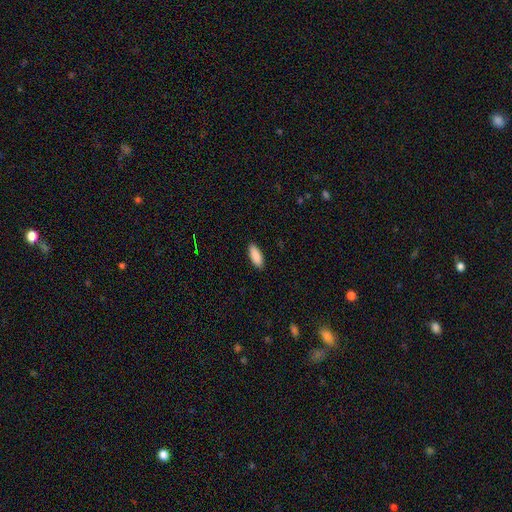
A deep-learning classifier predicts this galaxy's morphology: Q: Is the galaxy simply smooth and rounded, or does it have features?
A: smooth — 90%.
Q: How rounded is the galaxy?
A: in between — 78%.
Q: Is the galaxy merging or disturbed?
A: none — 90%.